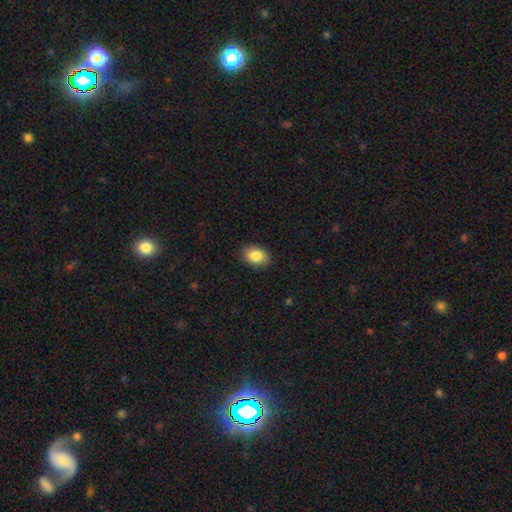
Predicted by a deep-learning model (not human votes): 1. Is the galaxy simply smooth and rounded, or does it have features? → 87% smooth, 8% star or artifact, 5% featured or disk.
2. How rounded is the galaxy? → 81% in between, 18% round, 1% cigar-shaped.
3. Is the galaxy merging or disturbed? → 88% none, 9% minor disturbance, 2% major disturbance, 1% merger.